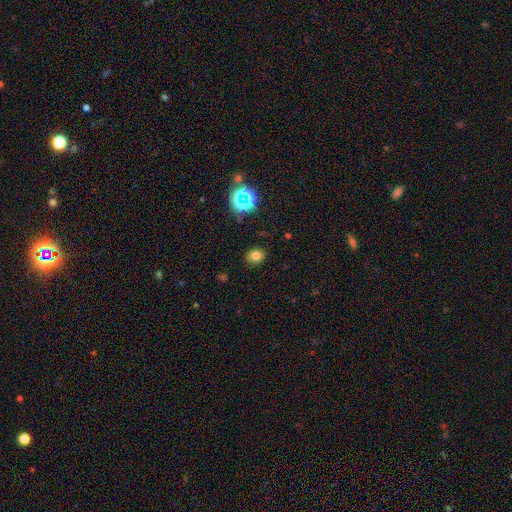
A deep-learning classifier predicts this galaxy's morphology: smooth_or_featured: smooth (p=0.74) [alt: star or artifact p=0.18]
how_rounded: round (p=0.59) [alt: in between p=0.41]
merging: none (p=0.87) [alt: minor disturbance p=0.09]